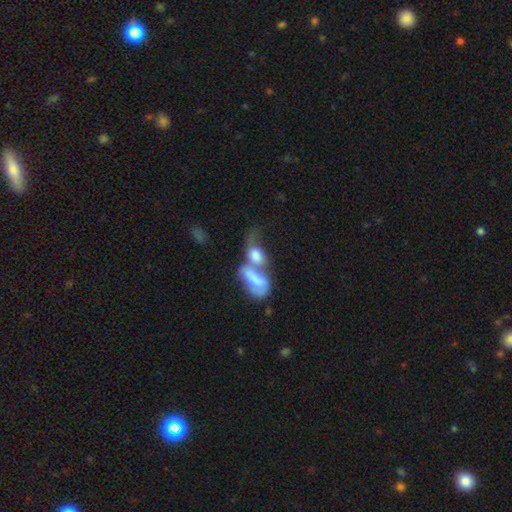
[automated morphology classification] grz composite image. It shows a smooth galaxy with no disk features (63%) that is in between round and cigar-shaped (81%). Merging: merger (75%).